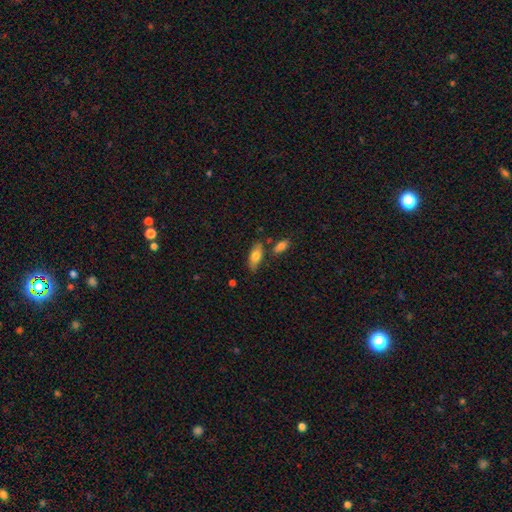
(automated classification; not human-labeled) Overall: smooth (74%). How rounded: in between (82%). Merging: none (72%).